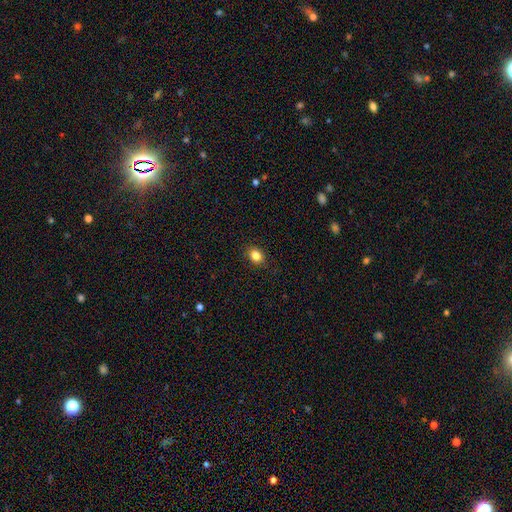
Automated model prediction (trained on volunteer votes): Smooth or featured? smooth (84%)
How rounded? in between (55%)
Merging? none (89%)